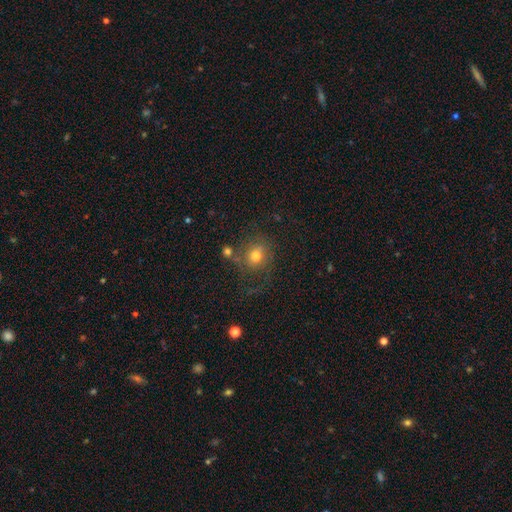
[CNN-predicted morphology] type=smooth (63%); roundness=round (71%); merging=none (54%).